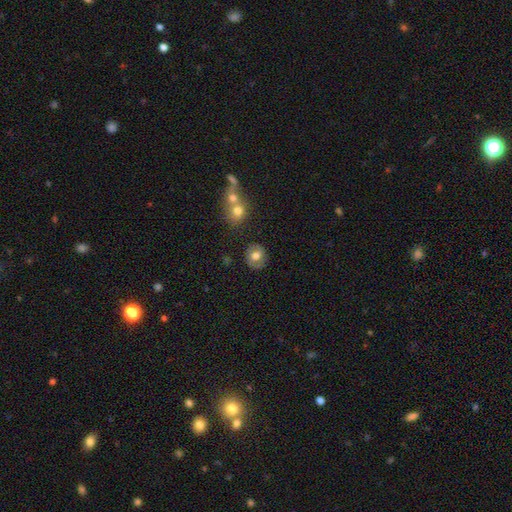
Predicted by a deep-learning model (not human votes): smooth 68%, featured or disk 23%, star or artifact 8%. Down the decision tree: how rounded — round (75%); merging — none (81%).